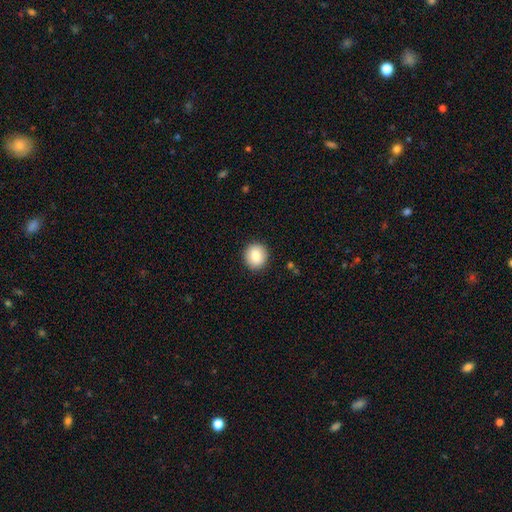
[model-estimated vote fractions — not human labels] Q: Smooth or featured?
A: smooth (84%); runner-up: featured or disk (8%)
Q: How rounded?
A: round (88%); runner-up: in between (11%)
Q: Merging?
A: none (91%); runner-up: minor disturbance (6%)